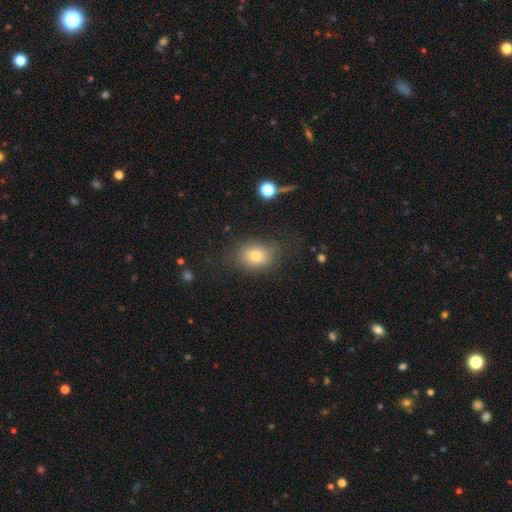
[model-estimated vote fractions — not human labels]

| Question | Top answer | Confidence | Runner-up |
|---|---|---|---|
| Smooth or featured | smooth | 79% | star or artifact (11%) |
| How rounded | in between | 60% | round (38%) |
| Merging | none | 73% | minor disturbance (17%) |